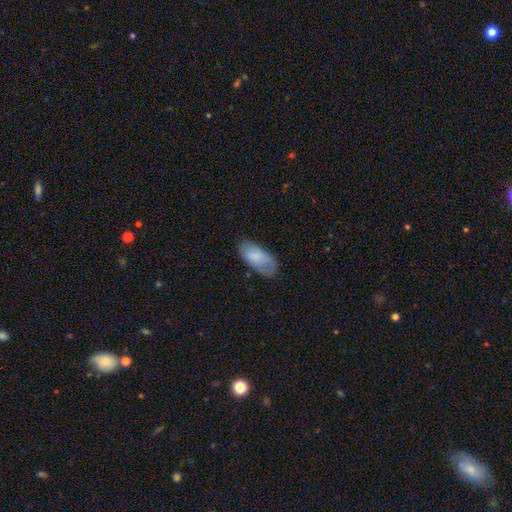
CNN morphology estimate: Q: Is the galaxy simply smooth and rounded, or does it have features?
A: smooth — 78%.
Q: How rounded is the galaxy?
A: in between — 92%.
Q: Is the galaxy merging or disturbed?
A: none — 66%.